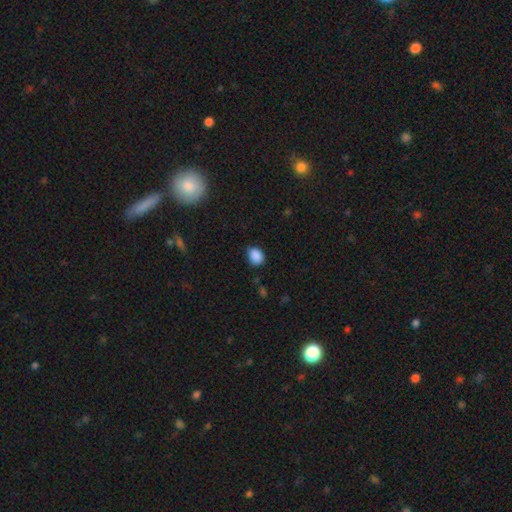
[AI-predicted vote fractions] A smooth galaxy with no disk features (88%) that is in between round and cigar-shaped (59%).

Vote fractions:
- Smooth or featured? smooth: 88% / star or artifact: 9% / featured or disk: 3%
- How rounded? in between: 59% / round: 40% / cigar-shaped: 1%
- Merging? none: 73% / minor disturbance: 22% / major disturbance: 4% / merger: 2%